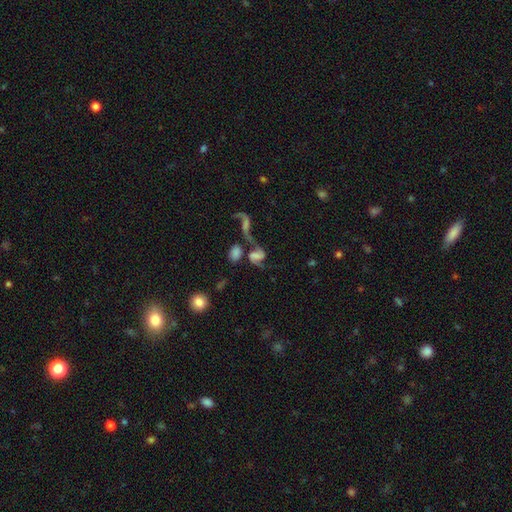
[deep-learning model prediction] This appears to be a featured or disk galaxy (61%) with no bar (50%), spiral arms (83%) and no central bulge (47%). Merging: merger (49%).